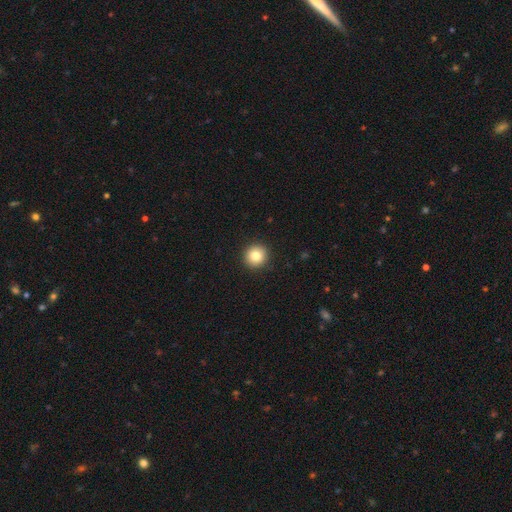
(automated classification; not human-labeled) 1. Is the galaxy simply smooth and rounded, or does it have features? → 82% smooth, 10% star or artifact, 8% featured or disk.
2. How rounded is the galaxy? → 95% round, 4% in between, 1% cigar-shaped.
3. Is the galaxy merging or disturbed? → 93% none, 4% minor disturbance, 2% major disturbance, 1% merger.